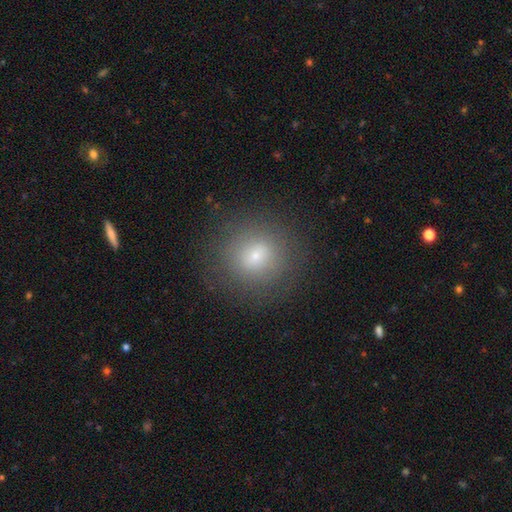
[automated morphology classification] smooth-or-featured: smooth: 68% | featured or disk: 18% | star or artifact: 14%
  how-rounded: round: 90% | in between: 9% | cigar-shaped: 1%
  merging: none: 85% | minor disturbance: 9% | major disturbance: 5% | merger: 1%